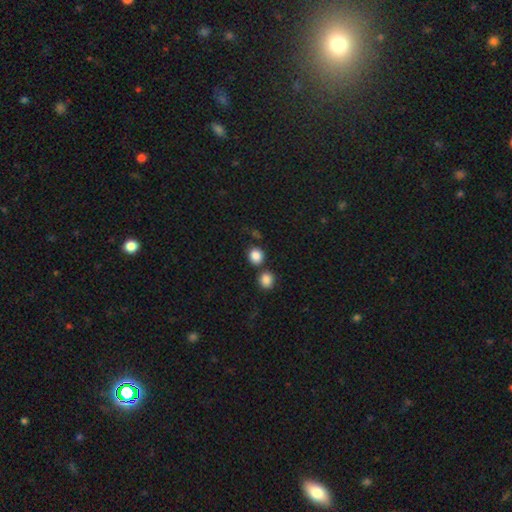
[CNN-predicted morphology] This is clearly a smooth galaxy (86%). How rounded: clearly round (83%). Merging: likely none (73%).